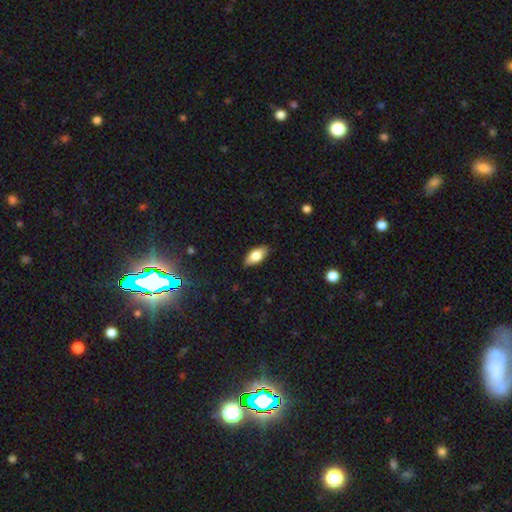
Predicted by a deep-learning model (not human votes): Smooth or featured?
  - smooth: 73% *
  - featured or disk: 20%
  - star or artifact: 7%
How rounded?
  - in between: 86% *
  - cigar-shaped: 11%
  - round: 3%
Merging?
  - none: 87% *
  - minor disturbance: 10%
  - major disturbance: 2%
  - merger: 1%